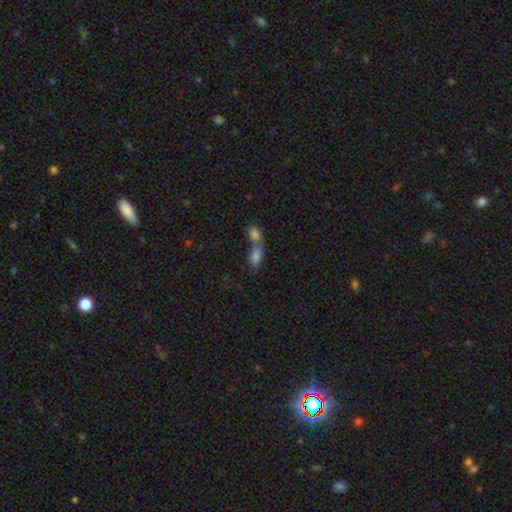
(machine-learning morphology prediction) type=smooth (78%); roundness=in between (84%); merging=merger (68%).